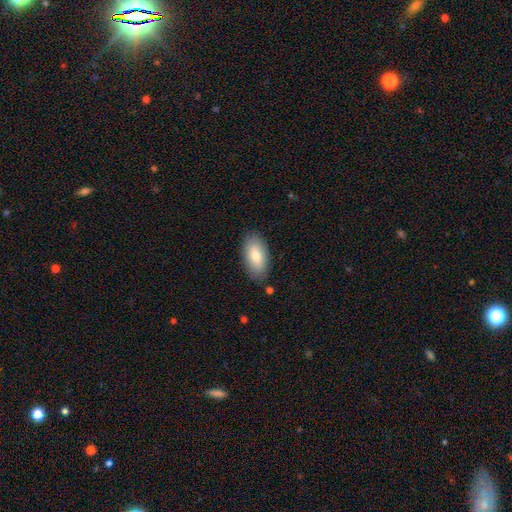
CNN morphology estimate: Q: Smooth or featured?
A: smooth (78%); runner-up: featured or disk (16%)
Q: How rounded?
A: in between (92%); runner-up: cigar-shaped (5%)
Q: Merging?
A: none (84%); runner-up: minor disturbance (12%)